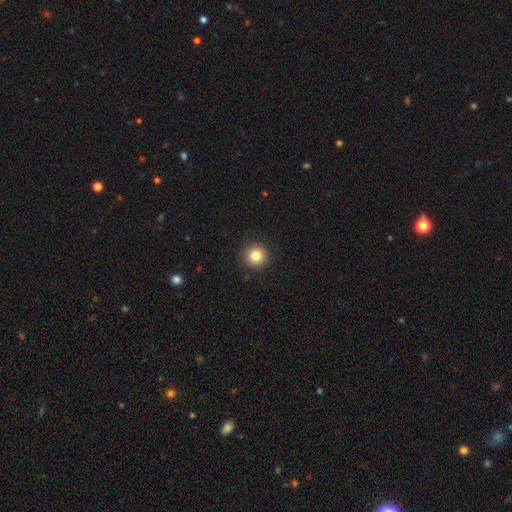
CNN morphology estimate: A smooth galaxy with no disk features (85%) that is round (95%).

Vote fractions:
- Smooth or featured? smooth: 85% / star or artifact: 10% / featured or disk: 5%
- How rounded? round: 95% / in between: 4% / cigar-shaped: 1%
- Merging? none: 92% / minor disturbance: 5% / major disturbance: 2% / merger: 1%